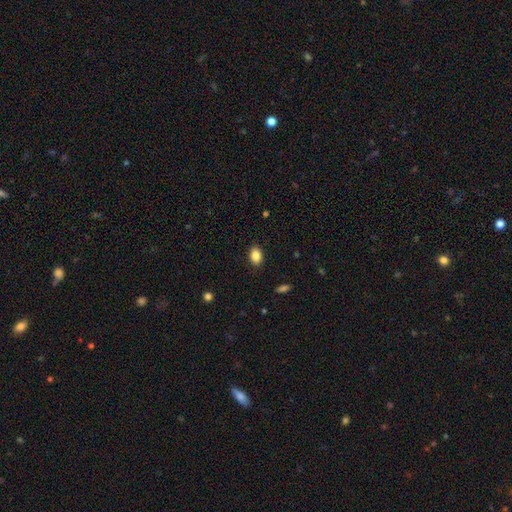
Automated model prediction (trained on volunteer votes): A smooth galaxy with no disk features (87%) that is in between round and cigar-shaped (83%).

Vote fractions:
- Smooth or featured? smooth: 87% / star or artifact: 9% / featured or disk: 5%
- How rounded? in between: 83% / round: 16% / cigar-shaped: 1%
- Merging? none: 88% / minor disturbance: 9% / major disturbance: 2% / merger: 1%